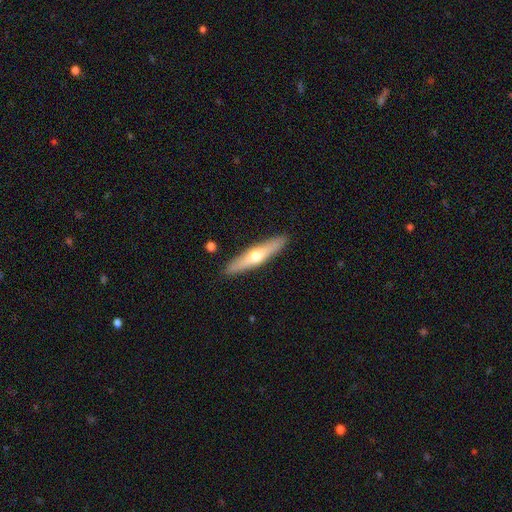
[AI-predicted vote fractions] smooth-or-featured: featured or disk: 49% | smooth: 46% | star or artifact: 5%
  merging: none: 90% | minor disturbance: 7% | major disturbance: 2% | merger: 1%